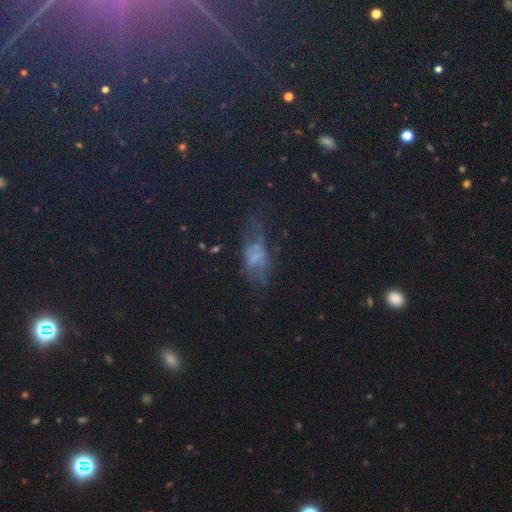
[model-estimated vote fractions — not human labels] This is marginally a featured or disk galaxy (34%). Merging: possibly none (45%).